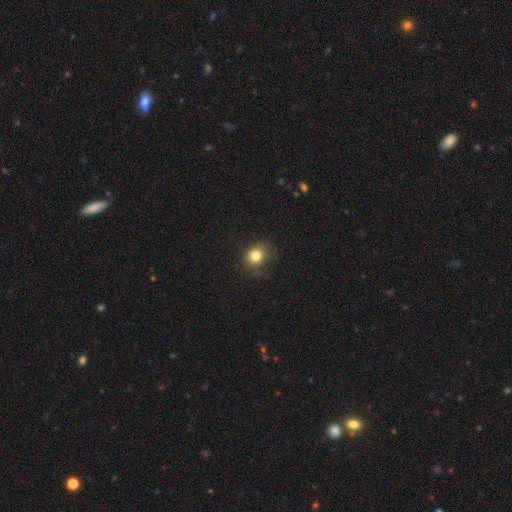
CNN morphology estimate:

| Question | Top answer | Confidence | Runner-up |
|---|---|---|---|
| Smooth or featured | smooth | 80% | star or artifact (12%) |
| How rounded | round | 68% | in between (31%) |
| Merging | none | 71% | minor disturbance (20%) |